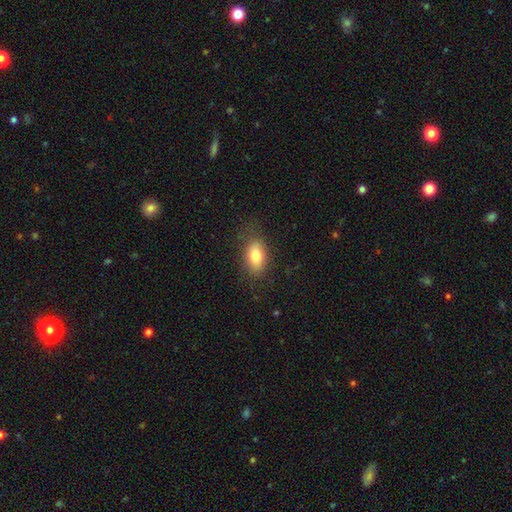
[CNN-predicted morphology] Overall: smooth (79%). How rounded: in between (88%). Merging: none (77%).